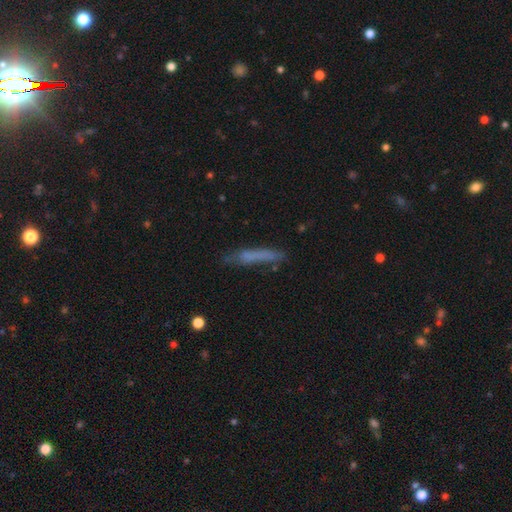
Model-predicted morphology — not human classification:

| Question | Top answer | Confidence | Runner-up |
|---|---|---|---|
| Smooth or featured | smooth | 63% | featured or disk (28%) |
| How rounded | cigar-shaped | 92% | in between (6%) |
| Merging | none | 67% | minor disturbance (22%) |